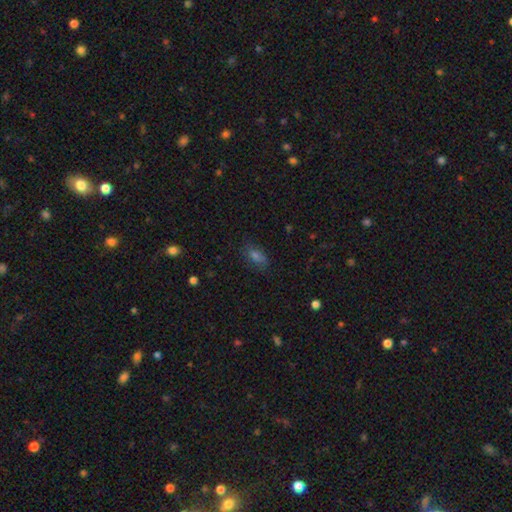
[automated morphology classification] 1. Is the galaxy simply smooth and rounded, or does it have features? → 60% smooth, 24% star or artifact, 16% featured or disk.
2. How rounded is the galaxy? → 79% in between, 11% round, 10% cigar-shaped.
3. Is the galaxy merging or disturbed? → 78% none, 15% minor disturbance, 5% major disturbance, 2% merger.